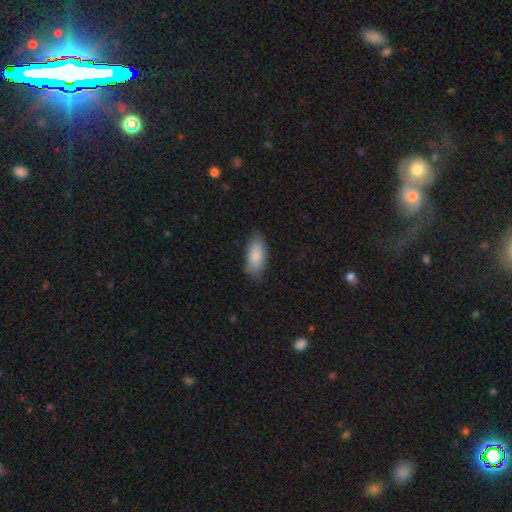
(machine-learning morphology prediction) smooth 85%, featured or disk 9%, star or artifact 6%. Down the decision tree: how rounded — in between (86%); merging — none (75%).